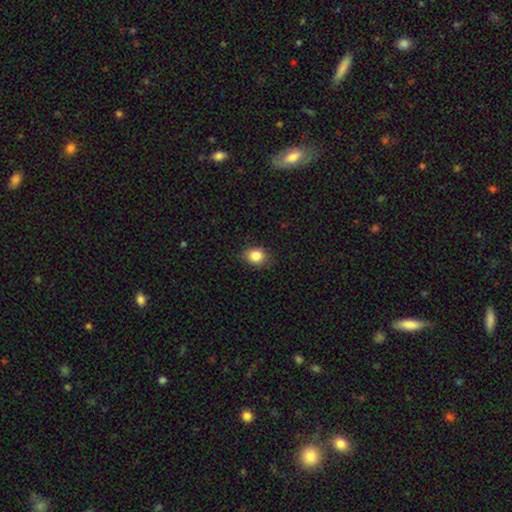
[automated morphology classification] The model was most divided on "how rounded": round: 57%, in between: 42%, cigar-shaped: 1%. More confident: smooth or featured — smooth (84%); merging — none (77%).